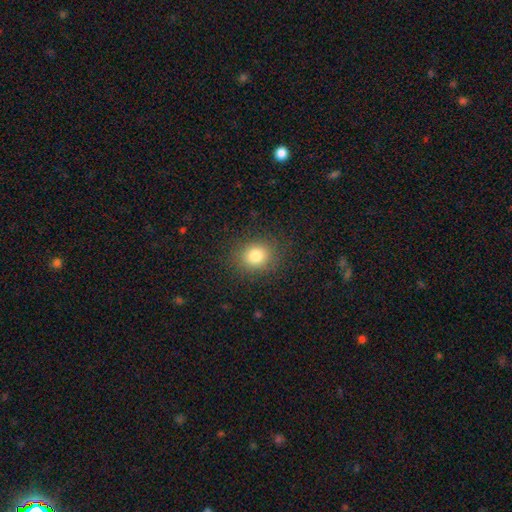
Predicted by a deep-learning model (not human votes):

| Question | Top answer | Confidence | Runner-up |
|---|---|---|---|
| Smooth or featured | smooth | 81% | star or artifact (12%) |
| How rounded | round | 70% | in between (29%) |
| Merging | none | 86% | minor disturbance (10%) |